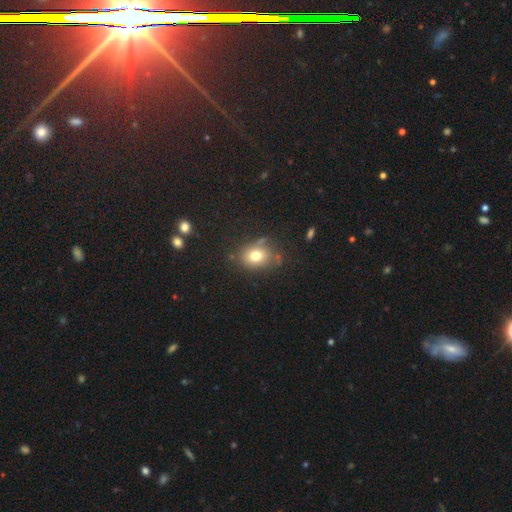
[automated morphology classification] smooth 76%, star or artifact 13%, featured or disk 12%. Down the decision tree: how rounded — in between (54%); merging — none (72%).